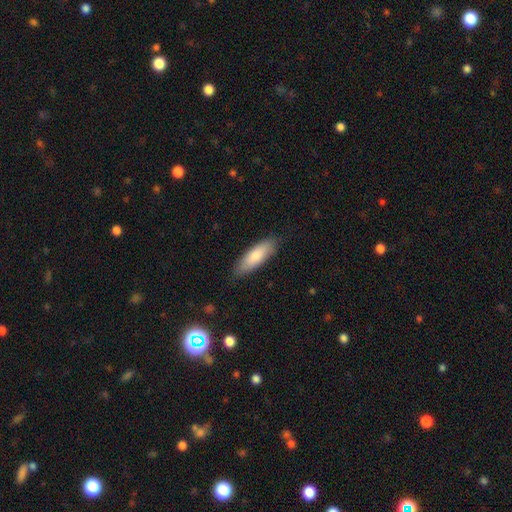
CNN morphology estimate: A smooth galaxy with no disk features (82%) that is in between round and cigar-shaped (52%). Merging: none (85%).